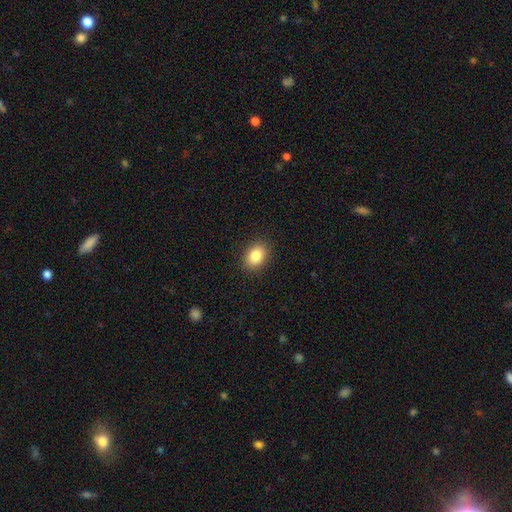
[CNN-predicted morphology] smooth_or_featured: smooth (p=0.85) [alt: star or artifact p=0.09]
how_rounded: in between (p=0.65) [alt: round p=0.34]
merging: none (p=0.89) [alt: minor disturbance p=0.08]